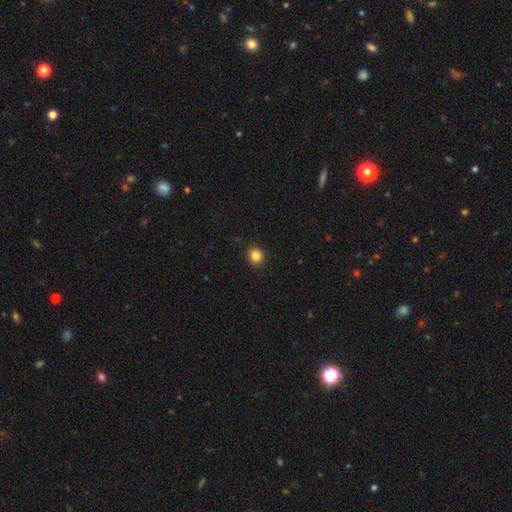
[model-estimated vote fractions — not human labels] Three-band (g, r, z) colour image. It shows a smooth galaxy with no disk features (84%) that is round (85%). Merging: none (92%).